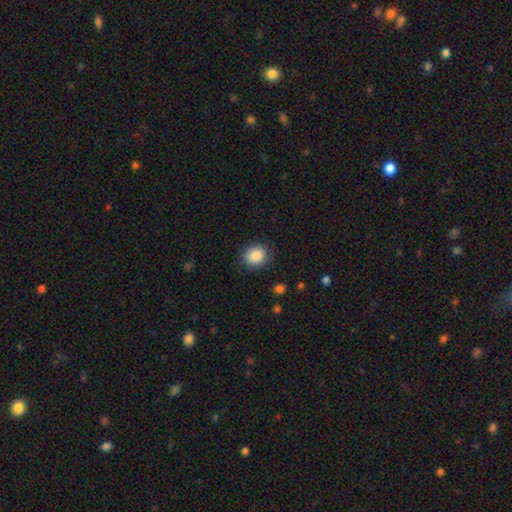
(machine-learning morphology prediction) This appears to be a smooth galaxy with no disk features (88%) that is round (77%). Merging: none (84%).